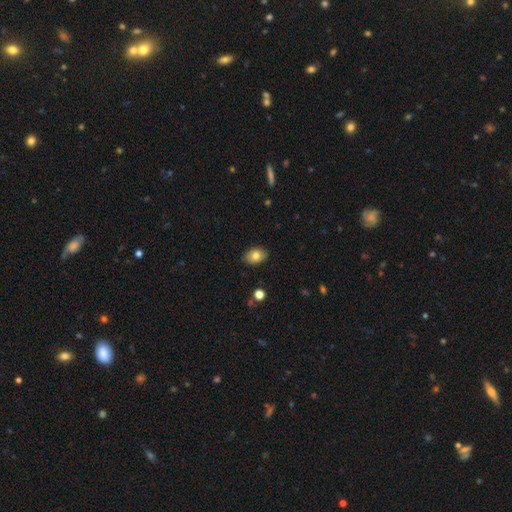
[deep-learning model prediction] smooth 80%, featured or disk 12%, star or artifact 8%. Down the decision tree: how rounded — in between (81%); merging — none (87%).